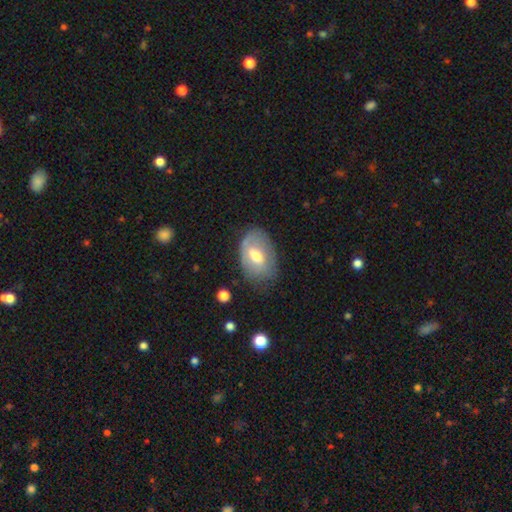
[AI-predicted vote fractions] Smooth or featured: smooth — 56% (featured or disk — 36%)
How rounded: in between — 89% (round — 10%)
Merging: none — 58% (minor disturbance — 28%)